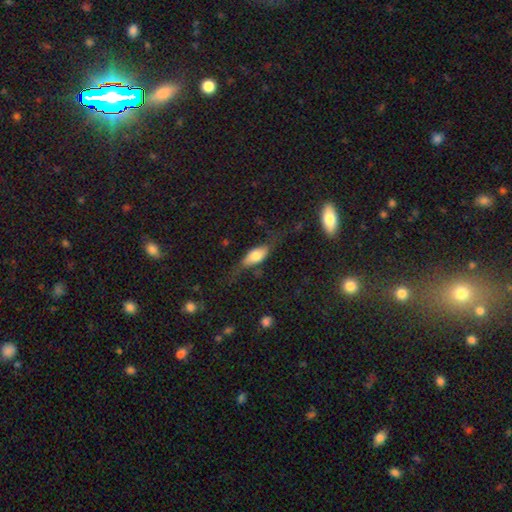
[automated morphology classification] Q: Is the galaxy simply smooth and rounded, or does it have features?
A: smooth — 55%.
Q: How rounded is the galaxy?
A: in between — 76%.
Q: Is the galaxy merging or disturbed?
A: none — 52%.